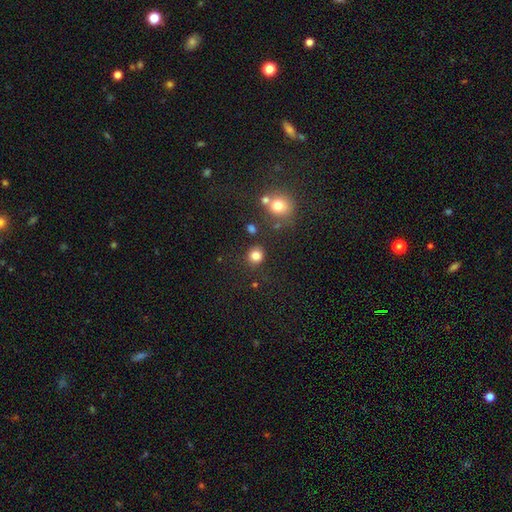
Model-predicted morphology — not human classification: Overall: smooth (82%). How rounded: round (85%). Merging: none (84%).